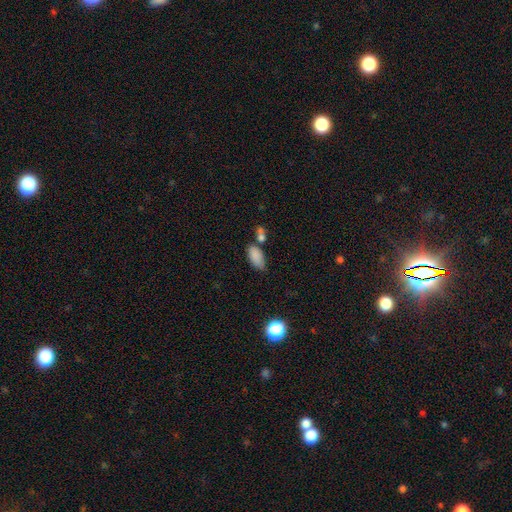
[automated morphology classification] A smooth galaxy with no disk features (84%) that is in between round and cigar-shaped (89%).

Vote fractions:
- Smooth or featured? smooth: 84% / star or artifact: 9% / featured or disk: 7%
- How rounded? in between: 89% / cigar-shaped: 7% / round: 3%
- Merging? none: 48% / merger: 23% / minor disturbance: 22% / major disturbance: 7%